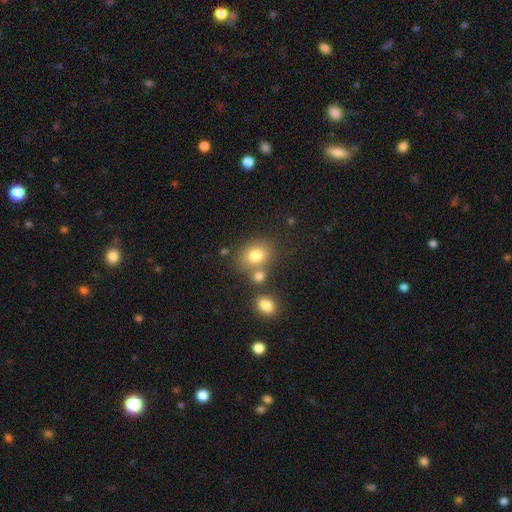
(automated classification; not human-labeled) Smooth or featured? smooth (78%)
How rounded? round (51%)
Merging? none (57%)